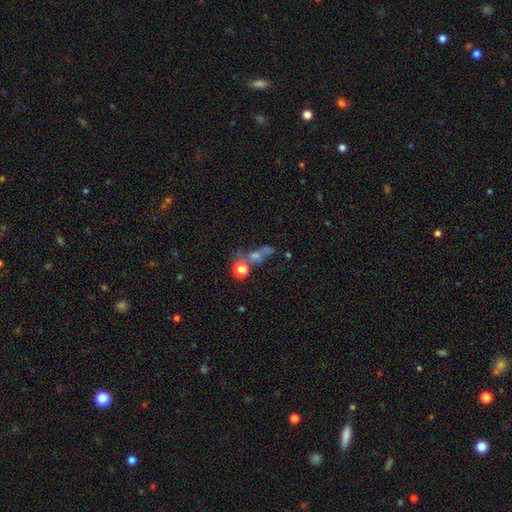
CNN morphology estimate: Smooth or featured?
  - smooth: 39% *
  - star or artifact: 36%
  - featured or disk: 25%
Merging?
  - none: 44% *
  - merger: 28%
  - major disturbance: 15%
  - minor disturbance: 13%